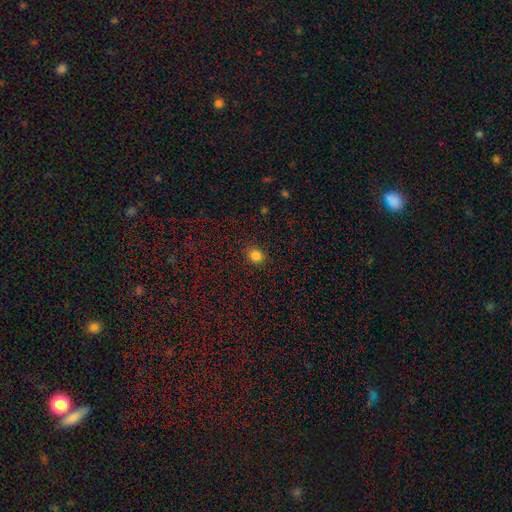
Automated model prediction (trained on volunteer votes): Smooth or featured? Predicted: smooth (p=0.83). How rounded? Predicted: round (p=0.83). Merging? Predicted: none (p=0.90).